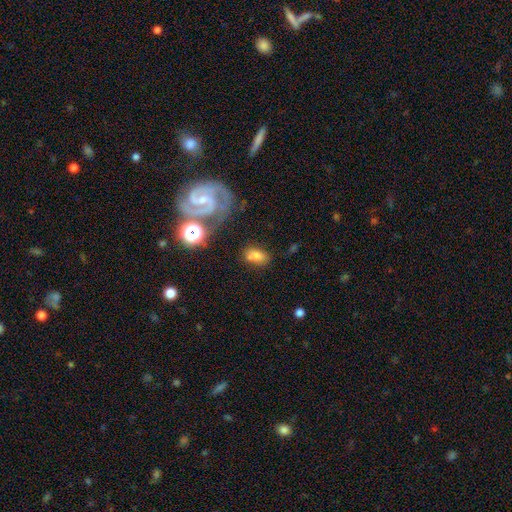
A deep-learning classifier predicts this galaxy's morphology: Overall: smooth (64%). How rounded: in between (79%). Merging: none (48%; merger 29%).